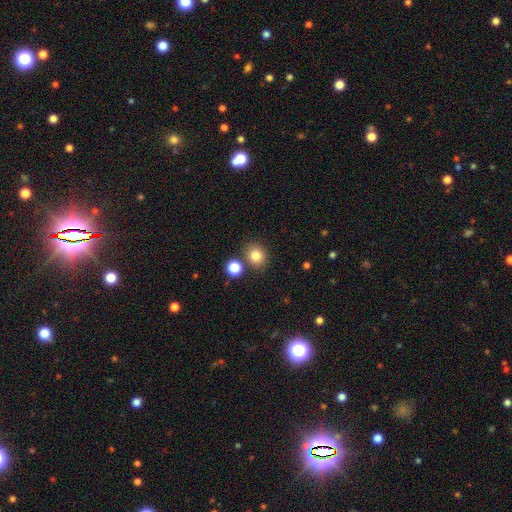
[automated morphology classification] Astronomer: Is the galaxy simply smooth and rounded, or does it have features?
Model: smooth — 81%.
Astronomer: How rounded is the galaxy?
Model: round — 75%.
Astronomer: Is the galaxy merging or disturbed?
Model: none — 78%.